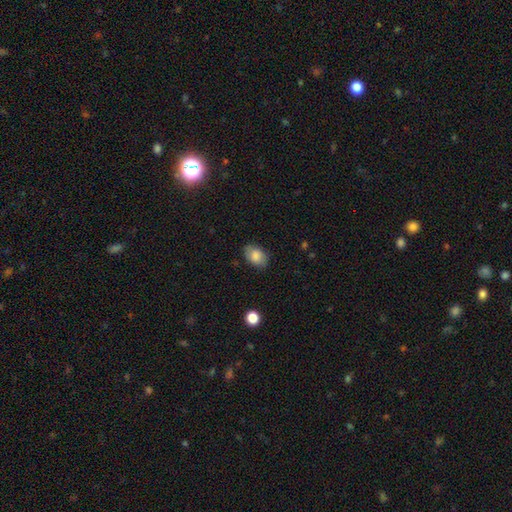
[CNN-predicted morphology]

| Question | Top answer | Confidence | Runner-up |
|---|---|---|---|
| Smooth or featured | smooth | 83% | featured or disk (9%) |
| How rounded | in between | 87% | round (12%) |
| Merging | none | 81% | minor disturbance (15%) |